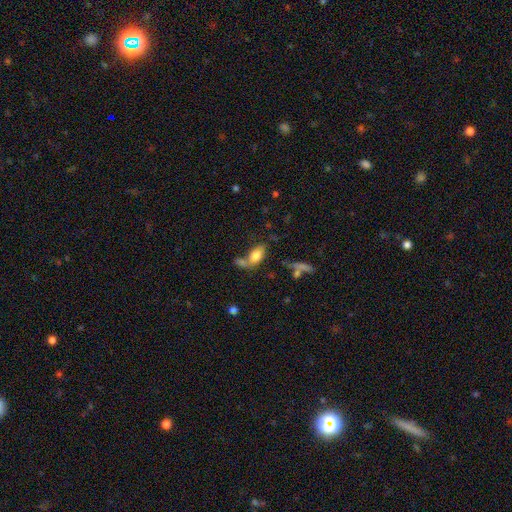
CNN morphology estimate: Smooth or featured? smooth (74%)
How rounded? in between (88%)
Merging? none (41%)